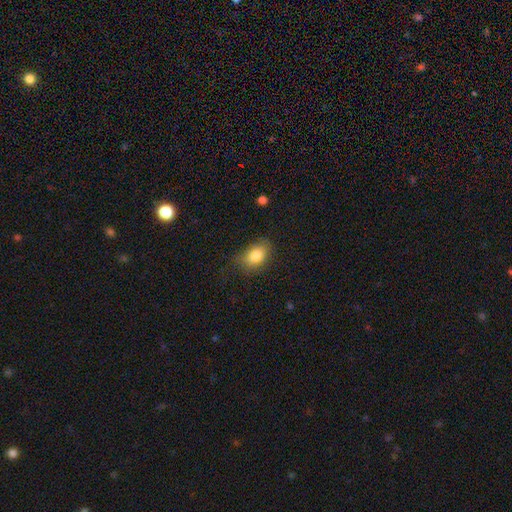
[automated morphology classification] smooth_or_featured: smooth (p=0.84) [alt: featured or disk p=0.08]
how_rounded: in between (p=0.86) [alt: round p=0.12]
merging: none (p=0.72) [alt: minor disturbance p=0.21]